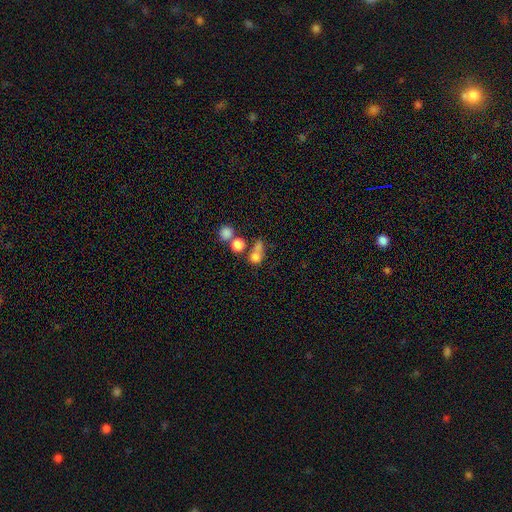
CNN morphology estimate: A smooth galaxy with no disk features (73%) that is round (72%).

Vote fractions:
- Smooth or featured? smooth: 73% / star or artifact: 15% / featured or disk: 13%
- How rounded? round: 72% / in between: 26% / cigar-shaped: 2%
- Merging? merger: 44% / none: 36% / minor disturbance: 11% / major disturbance: 10%